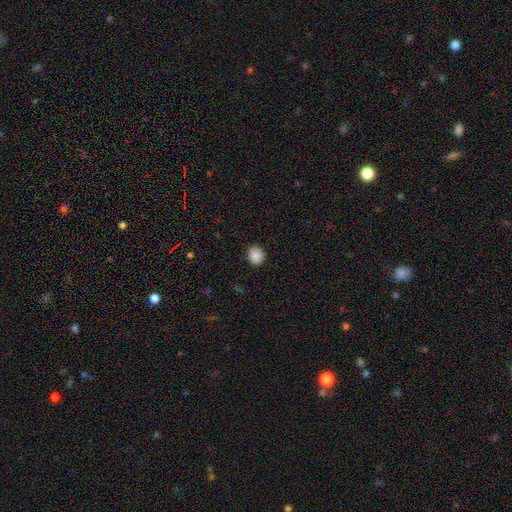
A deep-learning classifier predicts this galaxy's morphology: Smooth or featured: smooth — 88% (star or artifact — 9%)
How rounded: round — 66% (in between — 34%)
Merging: none — 85% (minor disturbance — 11%)